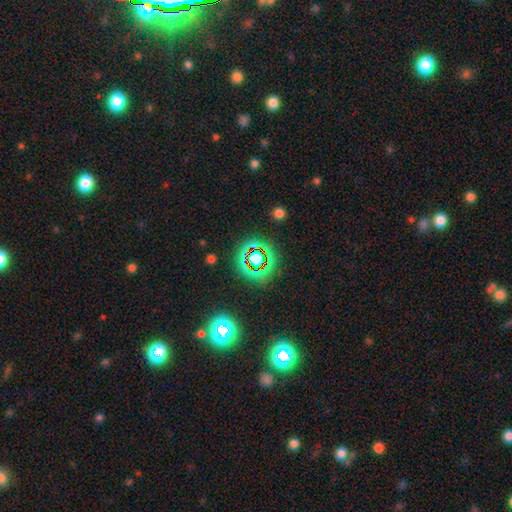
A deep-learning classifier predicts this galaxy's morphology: smooth_or_featured: star or artifact (p=0.72) [alt: smooth p=0.18]